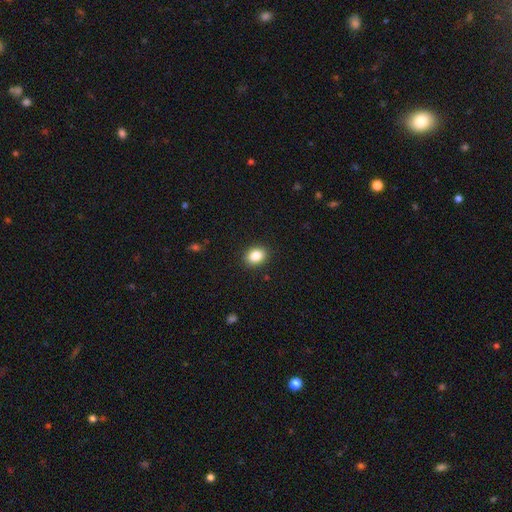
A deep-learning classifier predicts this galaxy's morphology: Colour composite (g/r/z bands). It shows a smooth galaxy with no disk features (85%) that is in between round and cigar-shaped (58%). Merging: none (90%).